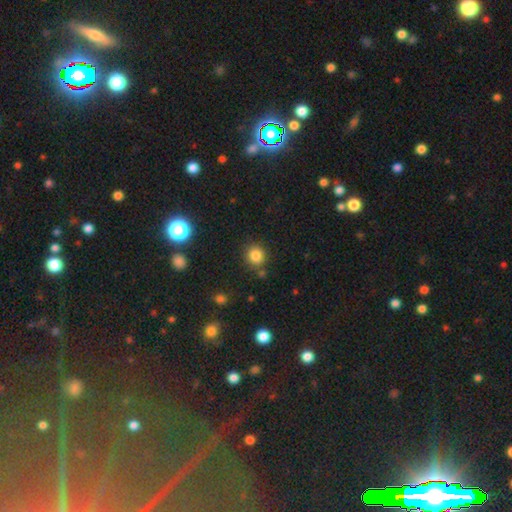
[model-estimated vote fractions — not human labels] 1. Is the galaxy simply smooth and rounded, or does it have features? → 82% smooth, 13% star or artifact, 5% featured or disk.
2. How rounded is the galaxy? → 89% round, 10% in between, 1% cigar-shaped.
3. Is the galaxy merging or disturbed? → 82% none, 9% minor disturbance, 6% merger, 3% major disturbance.